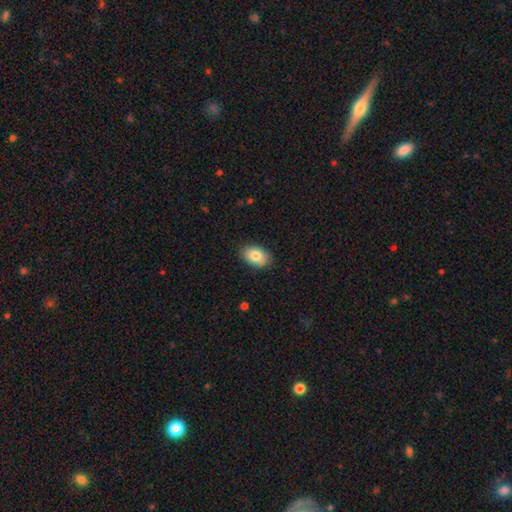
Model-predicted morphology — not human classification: Smooth or featured? Predicted: smooth (p=0.83). How rounded? Predicted: in between (p=0.87). Merging? Predicted: none (p=0.84).